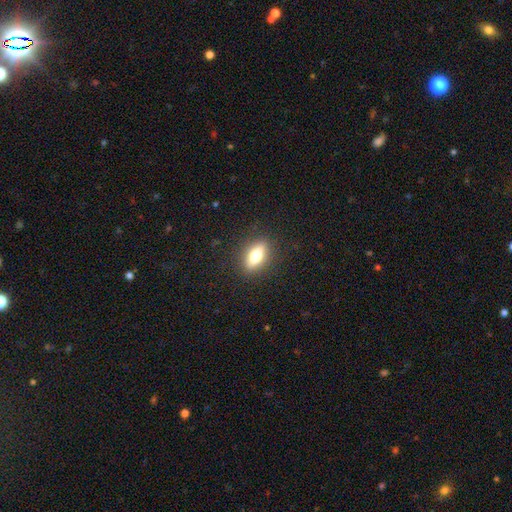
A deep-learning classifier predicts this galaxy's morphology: This is likely a smooth galaxy (63%). How rounded: likely in between (72%). Merging: clearly none (88%).